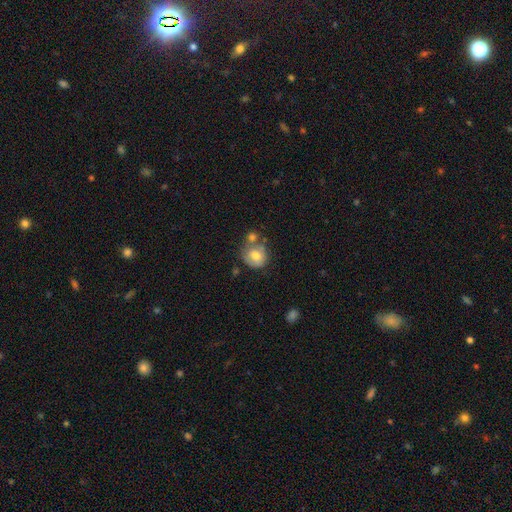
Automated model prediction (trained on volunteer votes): Smooth or featured? smooth (69%)
How rounded? round (81%)
Merging? none (47%)